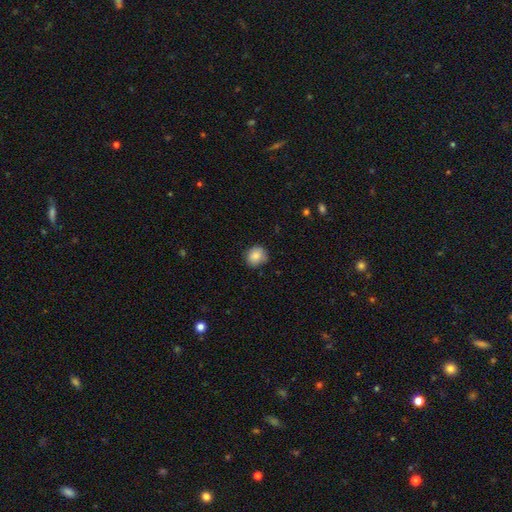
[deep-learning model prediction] Overall: smooth (85%). How rounded: round (80%). Merging: none (79%).